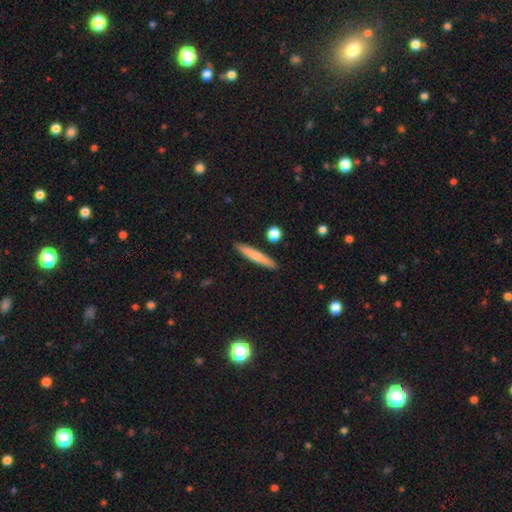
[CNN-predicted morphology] Smooth or featured? Predicted: smooth (p=0.74). How rounded? Predicted: cigar-shaped (p=0.93). Merging? Predicted: none (p=0.90).